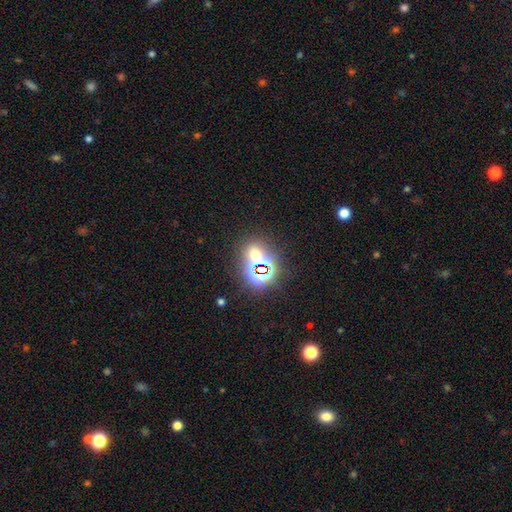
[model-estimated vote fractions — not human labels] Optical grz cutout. It shows a star or artifact, not a galaxy (54%).